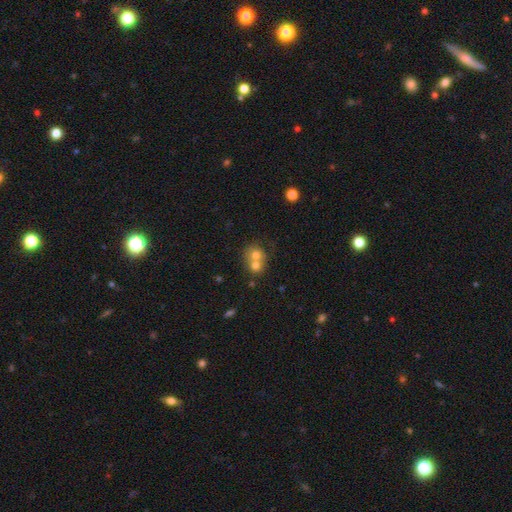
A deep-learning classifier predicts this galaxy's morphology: Overall: smooth (67%). How rounded: round (76%). Merging: merger (63%; none 28%).